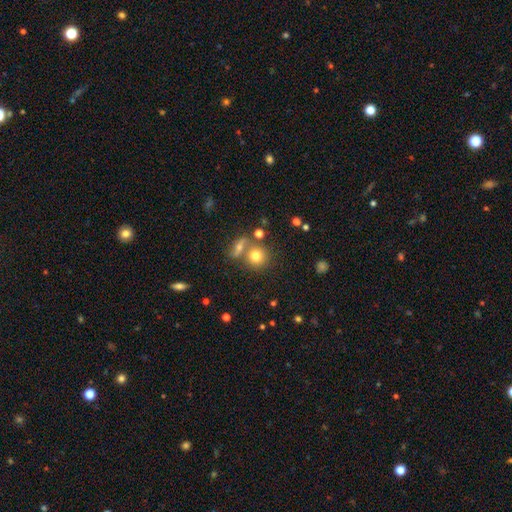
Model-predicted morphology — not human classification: Smooth or featured? smooth (75%)
How rounded? round (84%)
Merging? none (56%)